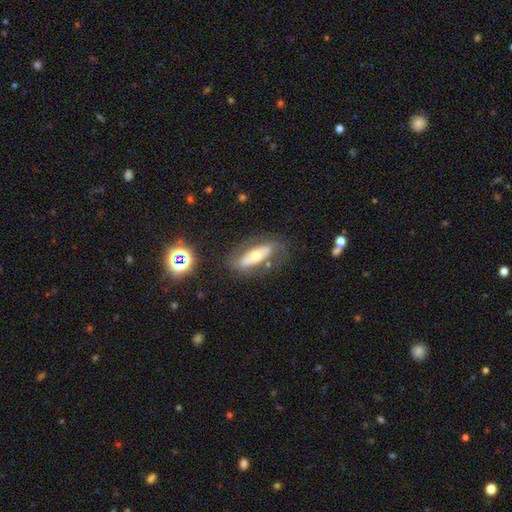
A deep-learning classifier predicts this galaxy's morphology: Overall: featured or disk (56%; smooth 35%). Edge-on disk: no (74%). Merging: none (68%).